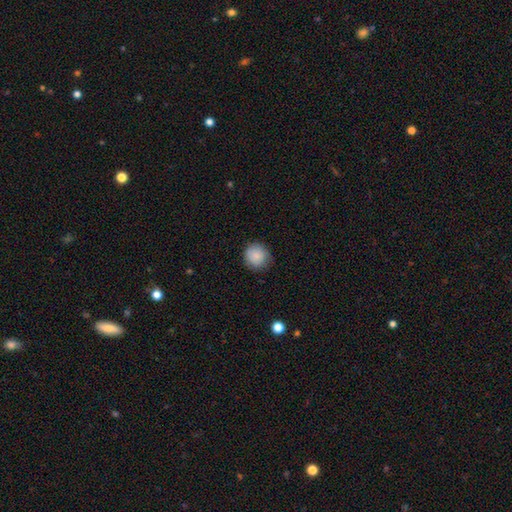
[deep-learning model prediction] This is clearly a smooth galaxy (87%). How rounded: clearly round (93%). Merging: clearly none (84%).